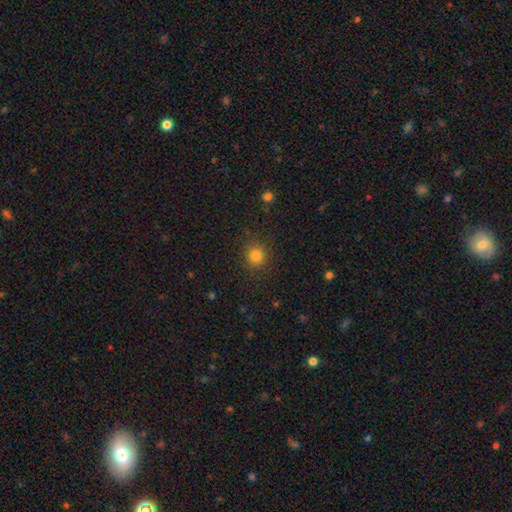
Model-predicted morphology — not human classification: Smooth or featured: smooth — 81% (star or artifact — 14%)
How rounded: round — 89% (in between — 10%)
Merging: none — 88% (minor disturbance — 8%)